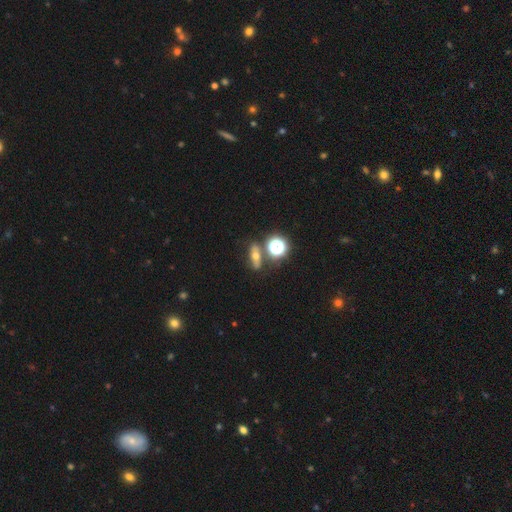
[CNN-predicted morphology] This is marginally a smooth galaxy (44%). Merging: likely none (73%).